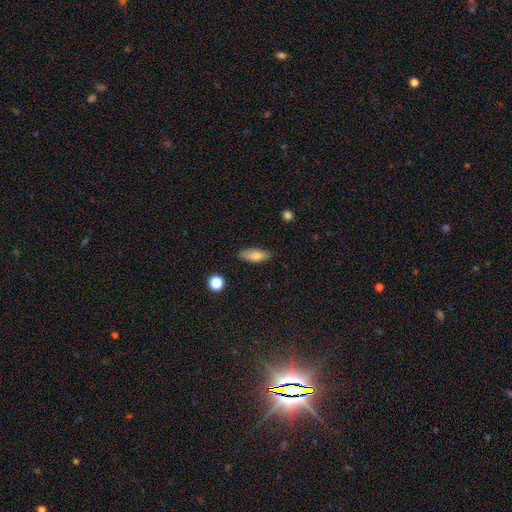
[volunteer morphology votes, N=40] Smooth or featured? 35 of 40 (88%) said smooth. How rounded? 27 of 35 (77%) said in between. Merging? 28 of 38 (74%) said none.